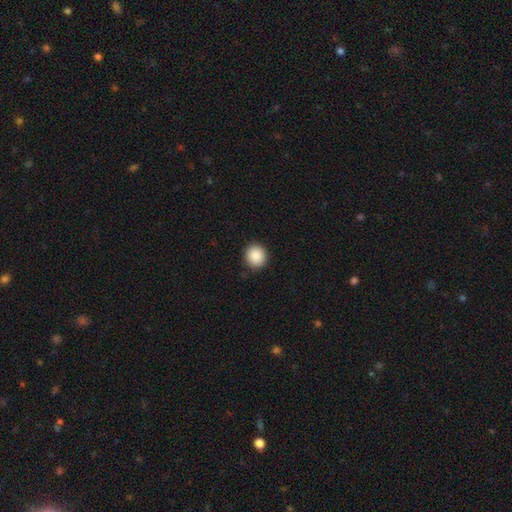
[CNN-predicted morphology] Q: Smooth or featured?
A: smooth (89%); runner-up: star or artifact (8%)
Q: How rounded?
A: round (88%); runner-up: in between (11%)
Q: Merging?
A: none (91%); runner-up: minor disturbance (6%)